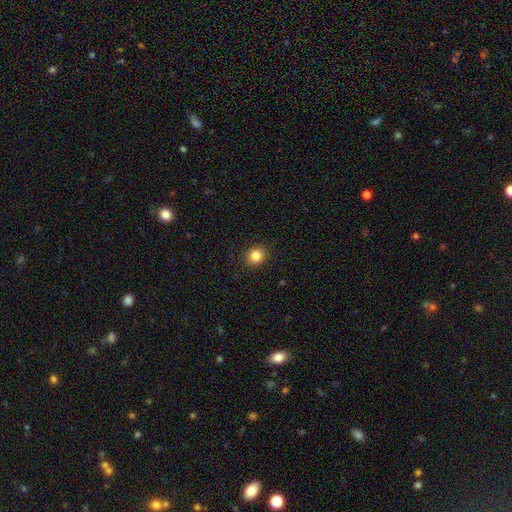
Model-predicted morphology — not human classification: Smooth or featured?
  - smooth: 84% *
  - star or artifact: 11%
  - featured or disk: 5%
How rounded?
  - round: 82% *
  - in between: 17%
  - cigar-shaped: 1%
Merging?
  - none: 91% *
  - minor disturbance: 6%
  - major disturbance: 2%
  - merger: 1%